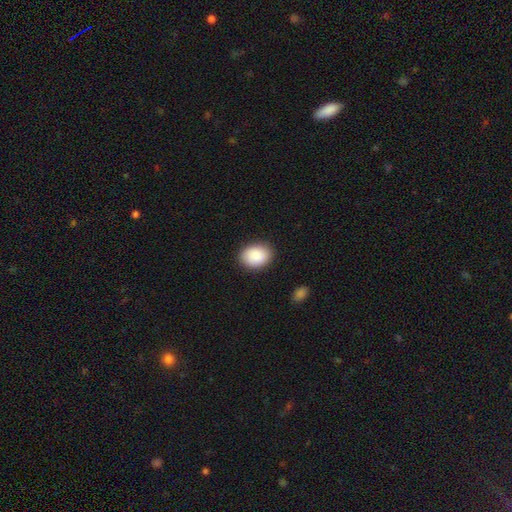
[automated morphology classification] type=smooth (90%); roundness=in between (68%); merging=none (88%).